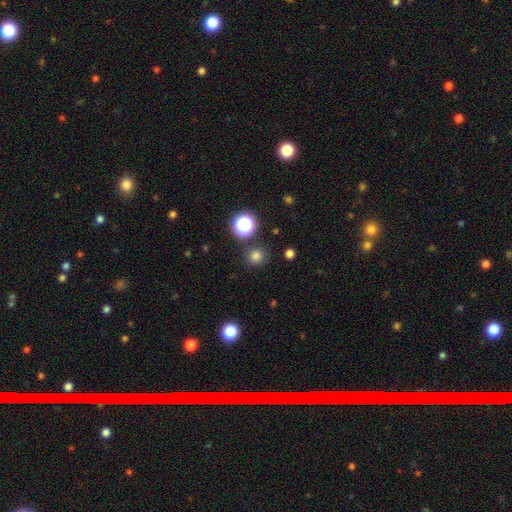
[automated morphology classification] A smooth galaxy with no disk features (76%) that is round (93%). Merging: none (85%).